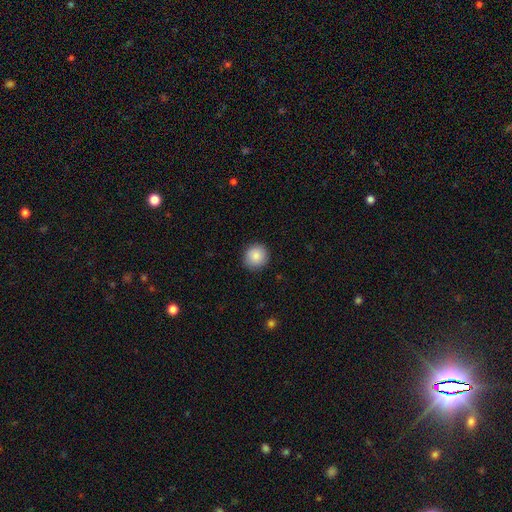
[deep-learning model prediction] smooth-or-featured: smooth: 87% | star or artifact: 8% | featured or disk: 5%
  how-rounded: round: 93% | in between: 7% | cigar-shaped: 1%
  merging: none: 90% | minor disturbance: 7% | major disturbance: 2% | merger: 1%